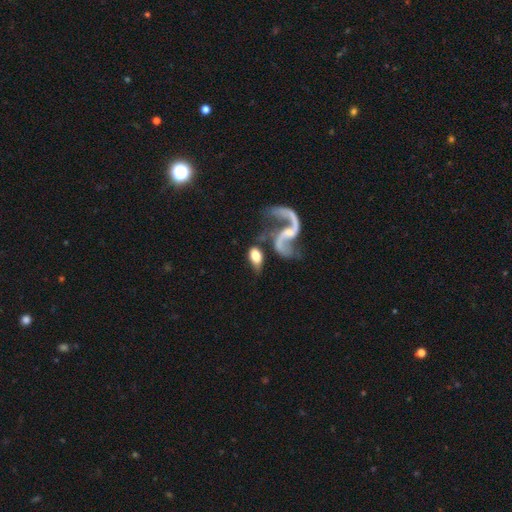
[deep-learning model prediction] This is possibly a smooth galaxy (50%). How rounded: clearly in between (88%). Merging: marginally none (44%).